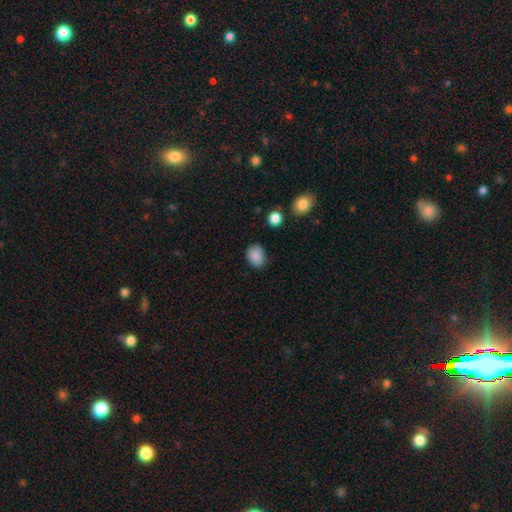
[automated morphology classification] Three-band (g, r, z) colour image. It shows a smooth galaxy with no disk features (88%) that is in between round and cigar-shaped (57%). Merging: none (80%).